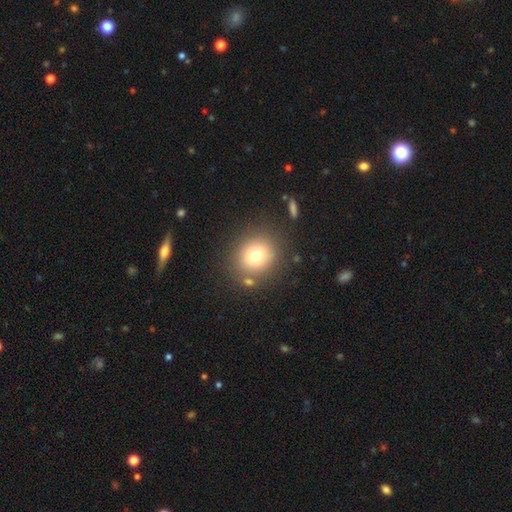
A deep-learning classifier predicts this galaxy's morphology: The model was most divided on "smooth or featured": smooth: 75%, star or artifact: 13%, featured or disk: 12%. More confident: how rounded — round (82%); merging — none (79%).